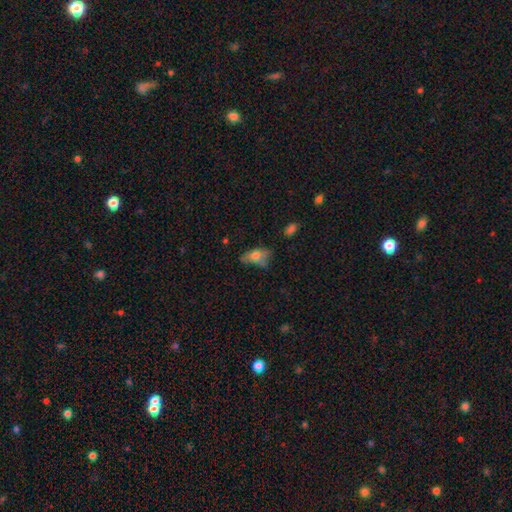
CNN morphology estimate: Overall: smooth (69%). How rounded: in between (86%). Merging: none (38%; minor disturbance 35%).